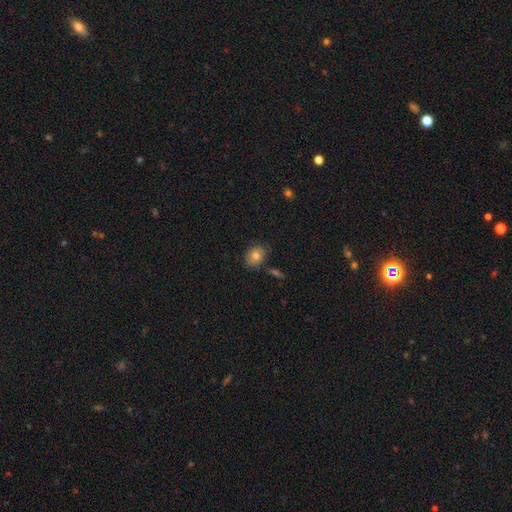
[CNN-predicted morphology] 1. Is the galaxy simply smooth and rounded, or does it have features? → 75% smooth, 16% featured or disk, 9% star or artifact.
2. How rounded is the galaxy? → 52% round, 47% in between, 1% cigar-shaped.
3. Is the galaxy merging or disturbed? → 75% none, 16% minor disturbance, 5% merger, 3% major disturbance.